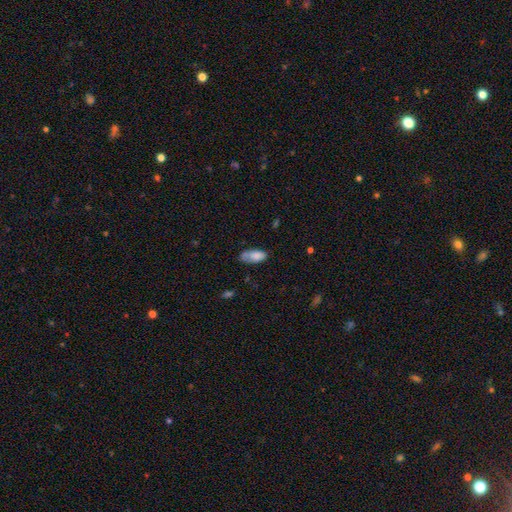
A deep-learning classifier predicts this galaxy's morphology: A smooth galaxy with no disk features (80%) that is in between round and cigar-shaped (90%). Merging: none (55%).